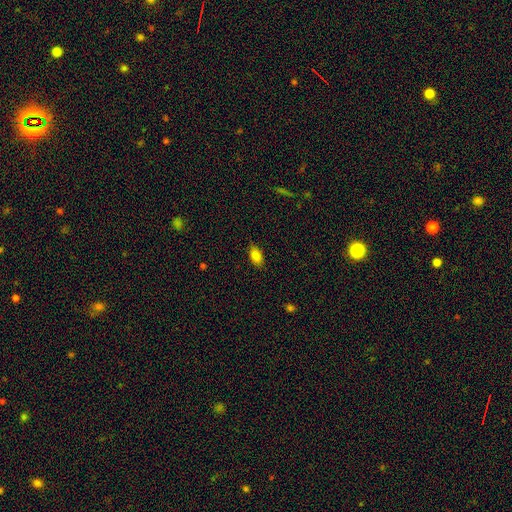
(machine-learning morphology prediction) This is clearly a smooth galaxy (84%). How rounded: clearly in between (89%). Merging: clearly none (84%).